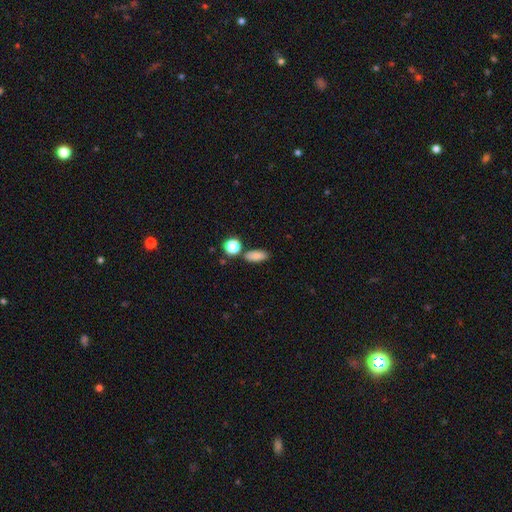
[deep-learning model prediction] A smooth galaxy with no disk features (83%) that is in between round and cigar-shaped (82%).

Vote fractions:
- Smooth or featured? smooth: 83% / star or artifact: 10% / featured or disk: 7%
- How rounded? in between: 82% / cigar-shaped: 10% / round: 8%
- Merging? none: 75% / minor disturbance: 12% / merger: 9% / major disturbance: 3%